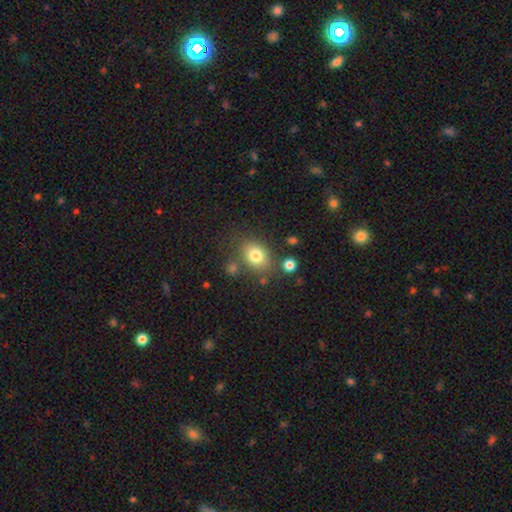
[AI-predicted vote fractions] Smooth or featured? smooth (79%)
How rounded? in between (55%)
Merging? none (72%)